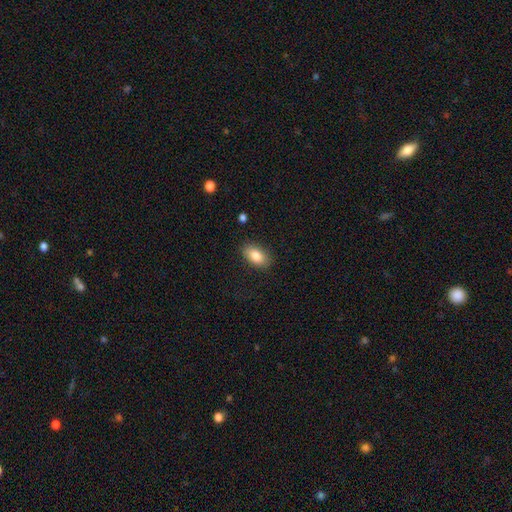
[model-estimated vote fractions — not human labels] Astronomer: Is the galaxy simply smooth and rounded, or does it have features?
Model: smooth — 84%.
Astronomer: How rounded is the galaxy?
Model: in between — 91%.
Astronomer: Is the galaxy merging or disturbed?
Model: none — 87%.